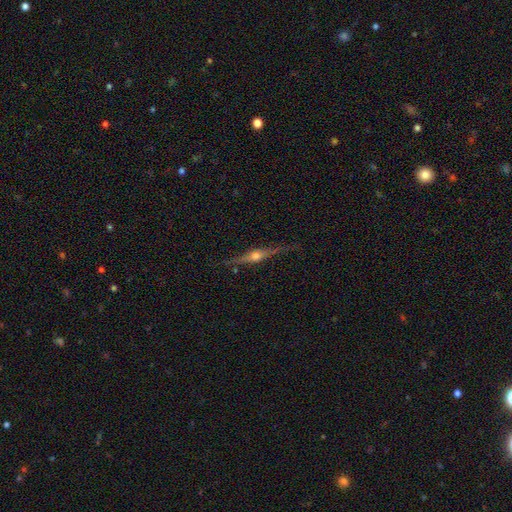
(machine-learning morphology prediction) A featured or disk galaxy (82%) viewed edge-on (97%) with a rounded central bulge (92%). Merging: none (83%).